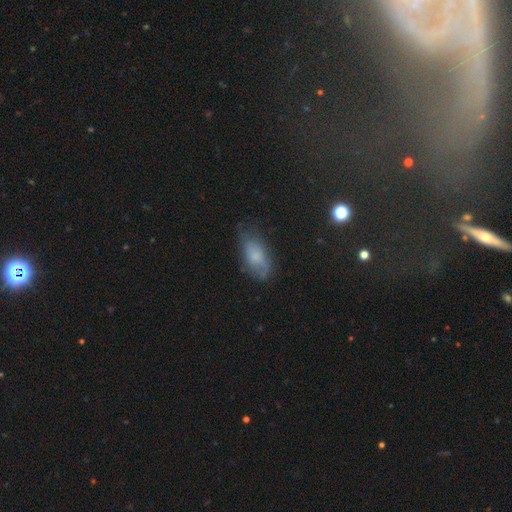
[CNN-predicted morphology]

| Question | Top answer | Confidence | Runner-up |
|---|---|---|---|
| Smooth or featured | smooth | 65% | featured or disk (24%) |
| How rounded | in between | 88% | cigar-shaped (8%) |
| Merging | none | 59% | minor disturbance (29%) |